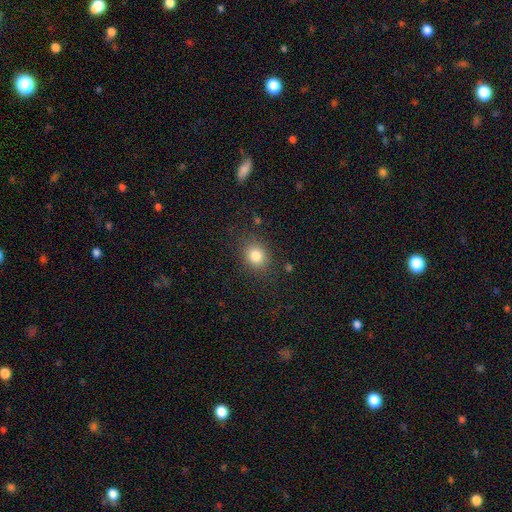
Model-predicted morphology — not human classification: Smooth or featured?
  - smooth: 82% *
  - star or artifact: 11%
  - featured or disk: 7%
How rounded?
  - round: 63% *
  - in between: 36%
  - cigar-shaped: 1%
Merging?
  - none: 84% *
  - minor disturbance: 11%
  - major disturbance: 4%
  - merger: 2%